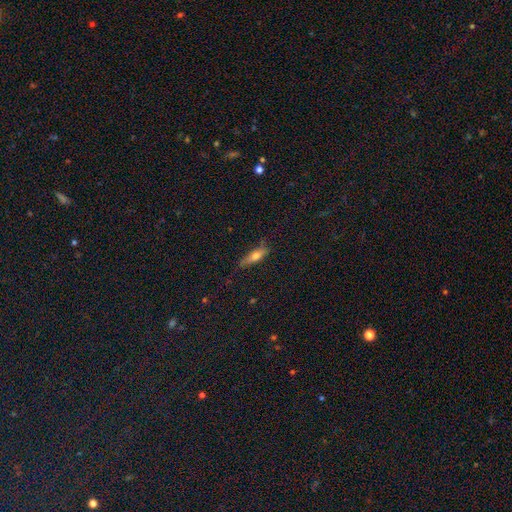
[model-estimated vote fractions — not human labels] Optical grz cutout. It shows a smooth galaxy with no disk features (60%) that is cigar-shaped (57%). Merging: none (67%).